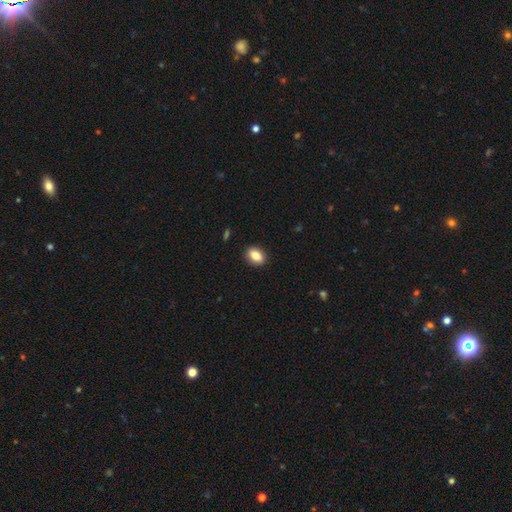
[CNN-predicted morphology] A smooth galaxy with no disk features (85%) that is in between round and cigar-shaped (77%). Merging: none (90%).